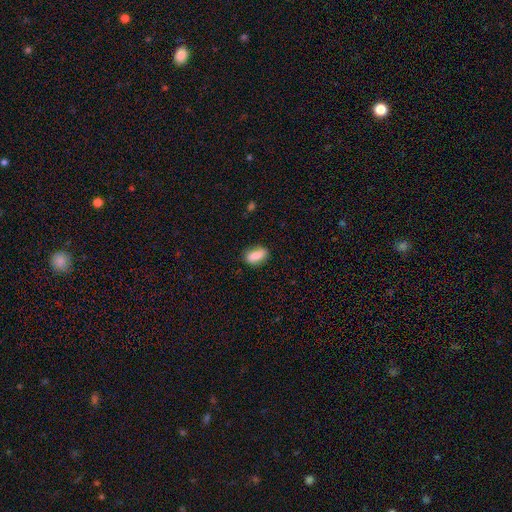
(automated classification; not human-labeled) Smooth or featured?
  - smooth: 85% *
  - featured or disk: 8%
  - star or artifact: 7%
How rounded?
  - in between: 85% *
  - cigar-shaped: 9%
  - round: 5%
Merging?
  - none: 81% *
  - minor disturbance: 15%
  - major disturbance: 3%
  - merger: 2%